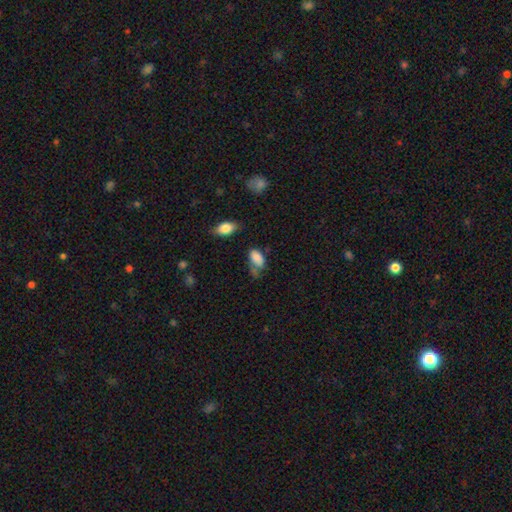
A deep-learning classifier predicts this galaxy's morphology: Smooth or featured?
  - smooth: 83% *
  - star or artifact: 9%
  - featured or disk: 9%
How rounded?
  - in between: 92% *
  - round: 5%
  - cigar-shaped: 3%
Merging?
  - none: 39% *
  - minor disturbance: 32%
  - major disturbance: 18%
  - merger: 10%